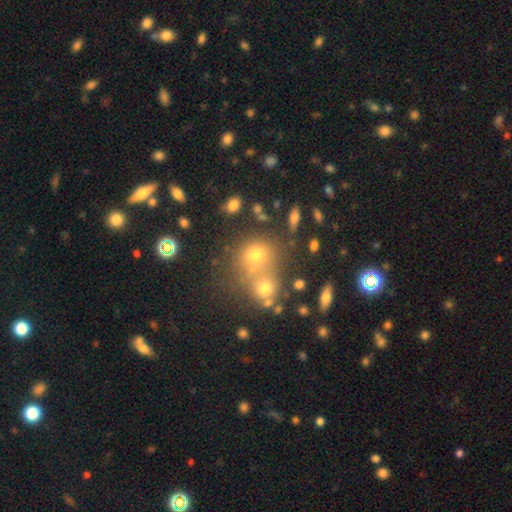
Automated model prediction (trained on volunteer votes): Smooth or featured: smooth — 64% (star or artifact — 20%)
How rounded: round — 74% (in between — 25%)
Merging: none — 44% (merger — 41%)